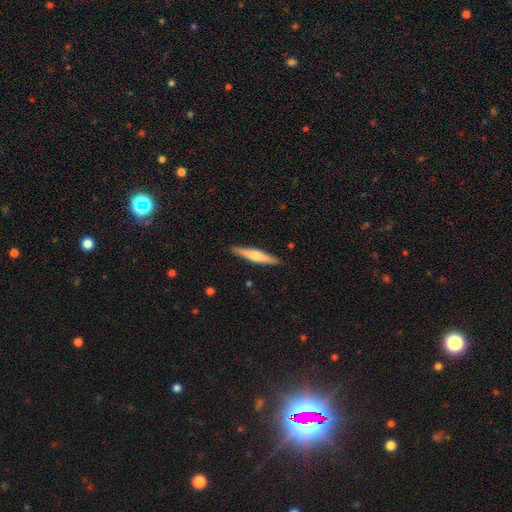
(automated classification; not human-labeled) Smooth or featured? featured or disk (52%)
Edge-on disk? yes (97%)
Edge-on bulge? rounded (81%)
Merging? none (90%)